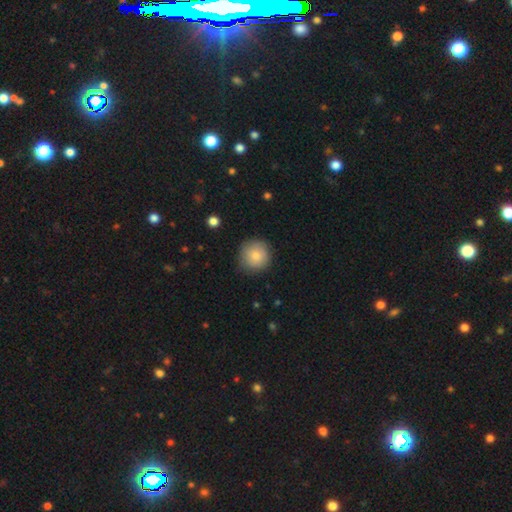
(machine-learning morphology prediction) Smooth or featured?
  - smooth: 83% *
  - featured or disk: 9%
  - star or artifact: 8%
How rounded?
  - round: 94% *
  - in between: 5%
  - cigar-shaped: 1%
Merging?
  - none: 84% *
  - minor disturbance: 12%
  - major disturbance: 3%
  - merger: 1%